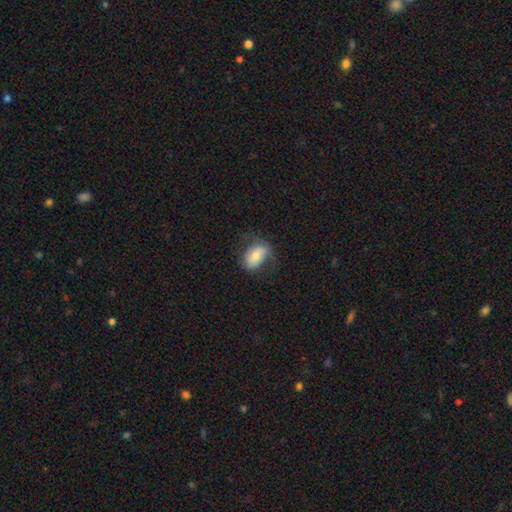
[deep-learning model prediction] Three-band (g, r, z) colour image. It shows a smooth galaxy with no disk features (59%) that is in between round and cigar-shaped (89%). Merging: none (55%).